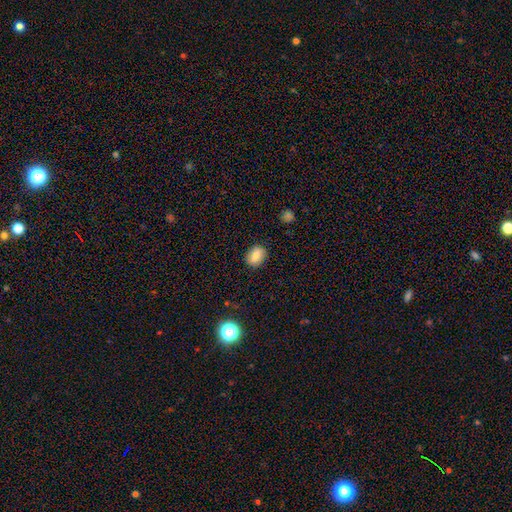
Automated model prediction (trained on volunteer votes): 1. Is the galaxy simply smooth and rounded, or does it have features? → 80% smooth, 10% star or artifact, 10% featured or disk.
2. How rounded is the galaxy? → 67% in between, 31% round, 2% cigar-shaped.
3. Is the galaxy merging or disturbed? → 85% none, 11% minor disturbance, 3% major disturbance, 1% merger.